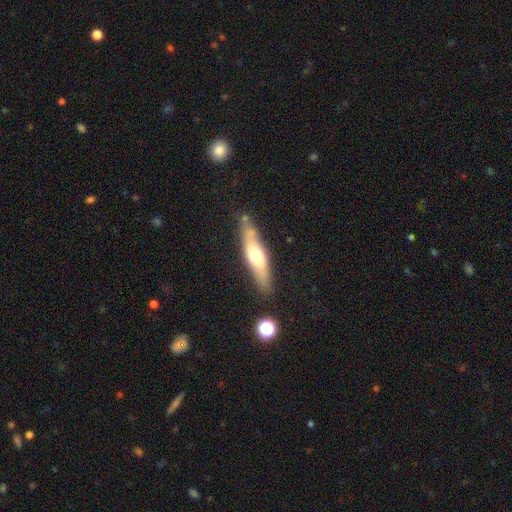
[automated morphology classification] Smooth or featured? Predicted: smooth (p=0.51). How rounded? Predicted: cigar-shaped (p=0.72). Merging? Predicted: none (p=0.74).